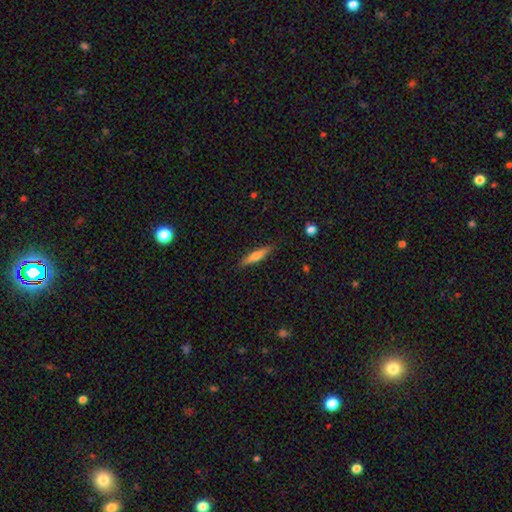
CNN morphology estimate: Q: Smooth or featured?
A: smooth (59%); runner-up: featured or disk (34%)
Q: How rounded?
A: cigar-shaped (84%); runner-up: in between (14%)
Q: Merging?
A: none (88%); runner-up: minor disturbance (9%)